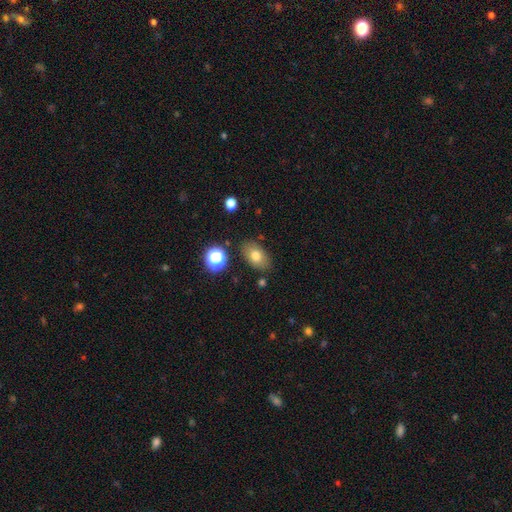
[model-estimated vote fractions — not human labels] This is likely a smooth galaxy (74%). How rounded: clearly in between (85%). Merging: clearly none (82%).